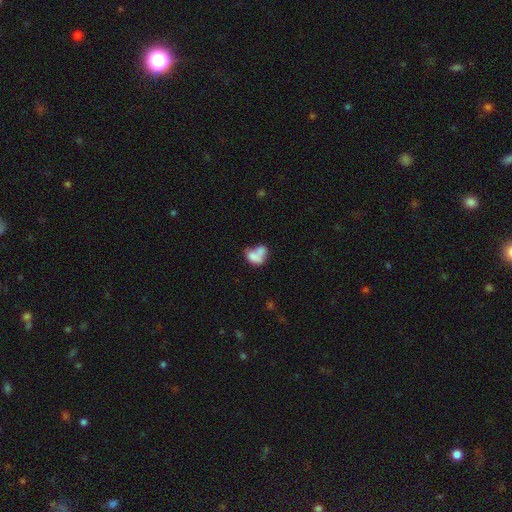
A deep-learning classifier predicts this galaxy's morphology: Smooth or featured? Predicted: smooth (p=0.69). How rounded? Predicted: in between (p=0.75). Merging? Predicted: merger (p=0.59).